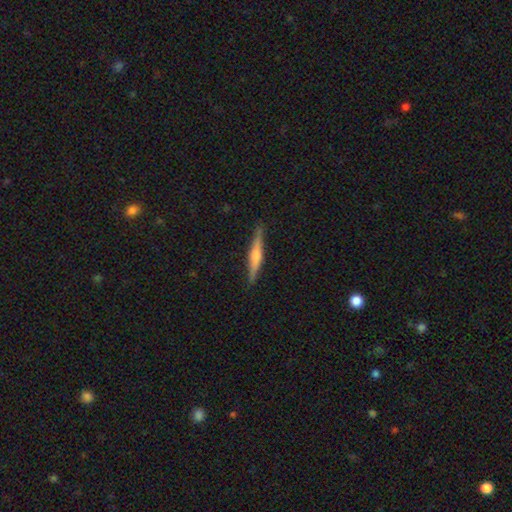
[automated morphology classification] A featured or disk galaxy (65%) viewed edge-on (97%) with a rounded central bulge (76%).

Vote fractions:
- Smooth or featured? featured or disk: 65% / smooth: 29% / star or artifact: 6%
- Edge-on disk? yes: 97% / no: 3%
- Edge-on bulge? rounded: 76% / boxy: 13% / none: 11%
- Merging? none: 89% / minor disturbance: 8% / major disturbance: 2% / merger: 1%